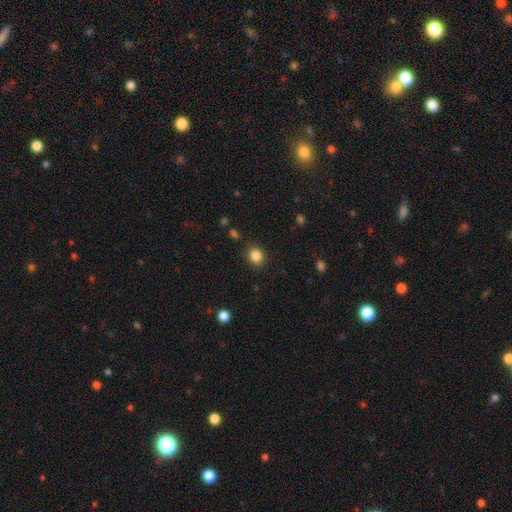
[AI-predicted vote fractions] Q: Smooth or featured?
A: smooth (85%); runner-up: star or artifact (11%)
Q: How rounded?
A: round (63%); runner-up: in between (36%)
Q: Merging?
A: none (87%); runner-up: minor disturbance (8%)